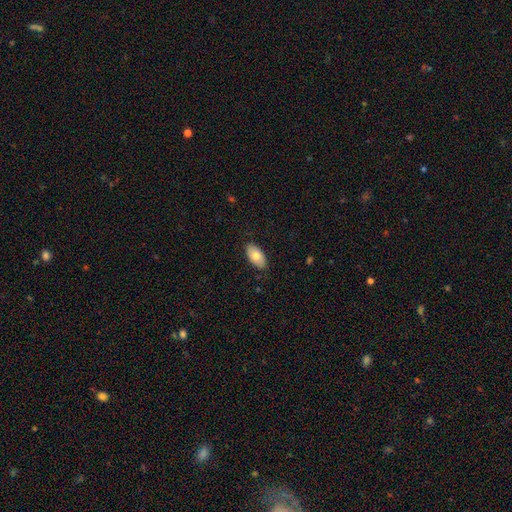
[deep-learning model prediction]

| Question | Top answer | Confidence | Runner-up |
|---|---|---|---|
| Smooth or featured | smooth | 74% | featured or disk (20%) |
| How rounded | in between | 94% | round (4%) |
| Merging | none | 84% | minor disturbance (12%) |